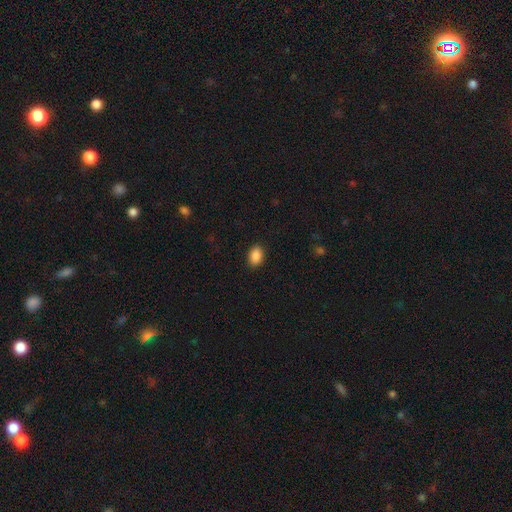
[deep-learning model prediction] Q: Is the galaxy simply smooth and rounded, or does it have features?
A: smooth — 89%.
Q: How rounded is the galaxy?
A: in between — 81%.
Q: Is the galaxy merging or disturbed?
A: none — 90%.